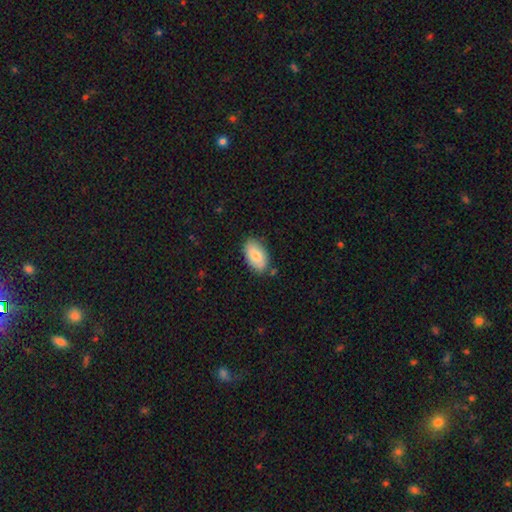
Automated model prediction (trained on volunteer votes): A smooth galaxy with no disk features (79%) that is in between round and cigar-shaped (94%).

Vote fractions:
- Smooth or featured? smooth: 79% / featured or disk: 14% / star or artifact: 6%
- How rounded? in between: 94% / round: 4% / cigar-shaped: 2%
- Merging? none: 79% / minor disturbance: 16% / major disturbance: 3% / merger: 3%